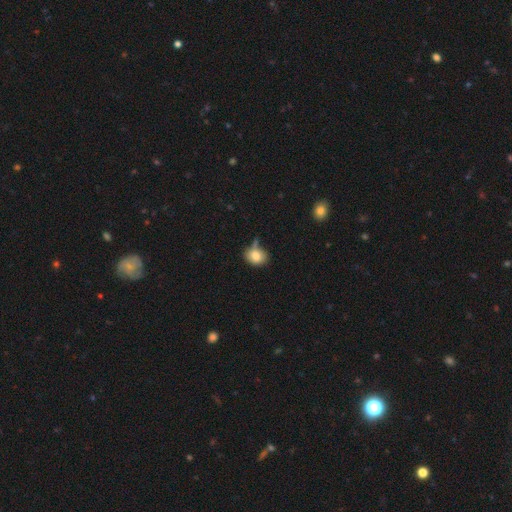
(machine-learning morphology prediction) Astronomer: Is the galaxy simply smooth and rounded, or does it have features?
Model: smooth — 81%.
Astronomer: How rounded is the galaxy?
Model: in between — 51% (runner-up: round, 48%).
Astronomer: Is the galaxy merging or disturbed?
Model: none — 58%.